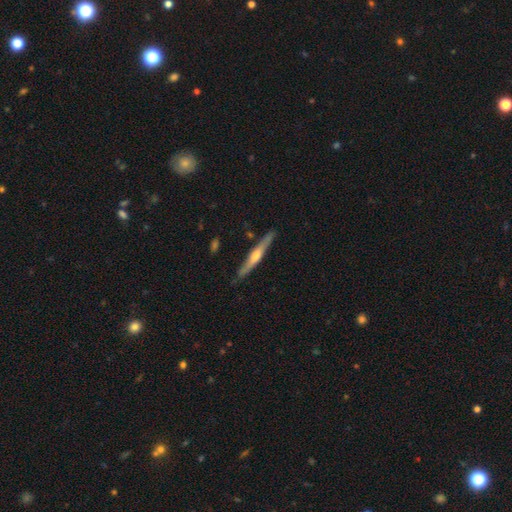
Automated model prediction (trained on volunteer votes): Smooth or featured: featured or disk — 64% (smooth — 30%)
Edge-on disk: yes — 96% (no — 4%)
Edge-on bulge: rounded — 85% (none — 9%)
Merging: none — 85% (minor disturbance — 11%)